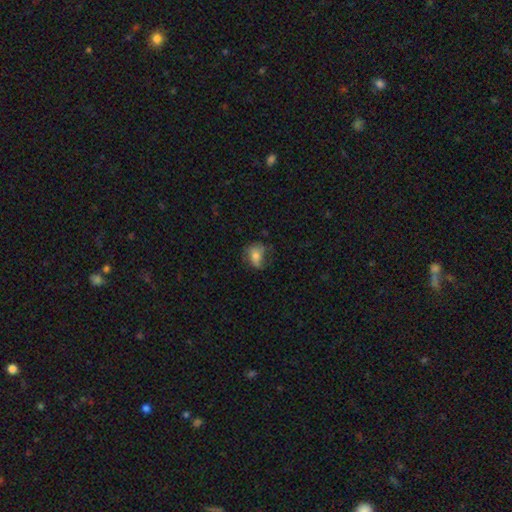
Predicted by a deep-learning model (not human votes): A smooth galaxy with no disk features (53%) that is in between round and cigar-shaped (63%).

Vote fractions:
- Smooth or featured? smooth: 53% / featured or disk: 37% / star or artifact: 10%
- How rounded? in between: 63% / round: 35% / cigar-shaped: 2%
- Merging? none: 52% / minor disturbance: 27% / major disturbance: 19% / merger: 2%